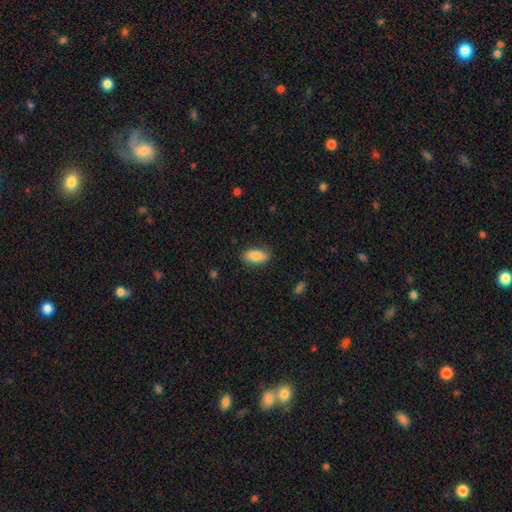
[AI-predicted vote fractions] Smooth or featured? smooth (83%)
How rounded? in between (88%)
Merging? none (79%)